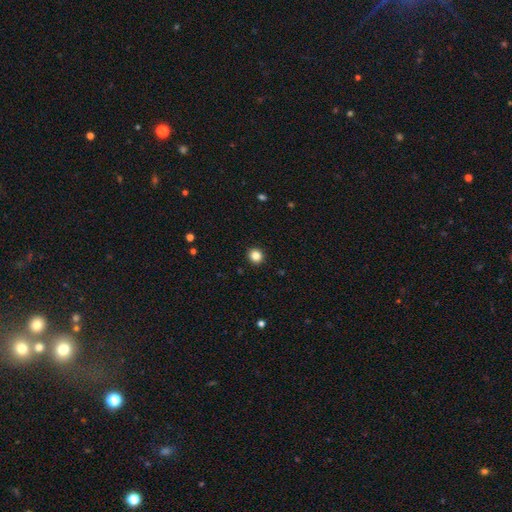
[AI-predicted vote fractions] Smooth or featured? Predicted: smooth (p=0.84). How rounded? Predicted: round (p=0.90). Merging? Predicted: none (p=0.93).